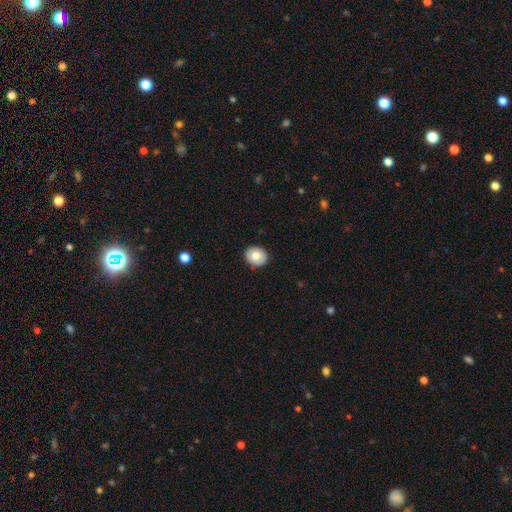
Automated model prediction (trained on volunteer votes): Smooth or featured? smooth (74%)
How rounded? round (63%)
Merging? none (89%)